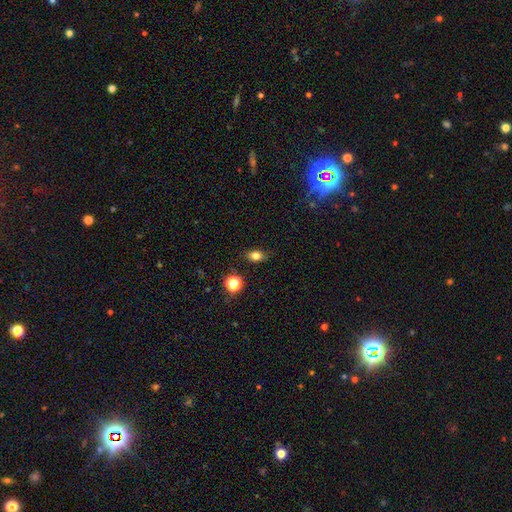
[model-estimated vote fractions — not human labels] A smooth galaxy with no disk features (78%) that is in between round and cigar-shaped (74%).

Vote fractions:
- Smooth or featured? smooth: 78% / star or artifact: 13% / featured or disk: 9%
- How rounded? in between: 74% / round: 24% / cigar-shaped: 3%
- Merging? none: 83% / minor disturbance: 13% / major disturbance: 3% / merger: 2%